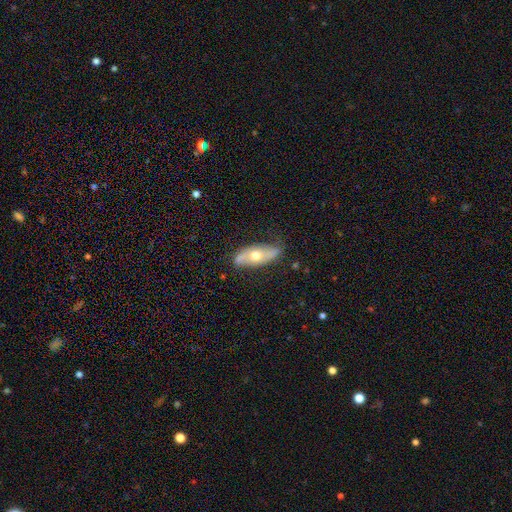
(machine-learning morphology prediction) This is likely a featured or disk galaxy (60%). It is likely not viewed edge-on (75%). Merging: likely none (73%).